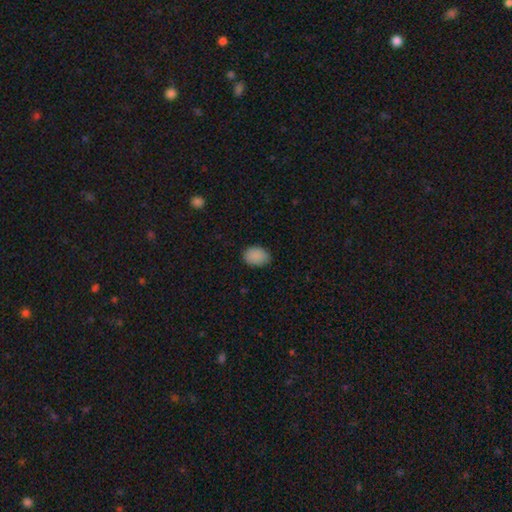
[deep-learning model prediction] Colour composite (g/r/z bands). It shows a smooth galaxy with no disk features (88%) that is in between round and cigar-shaped (77%). Merging: none (80%).